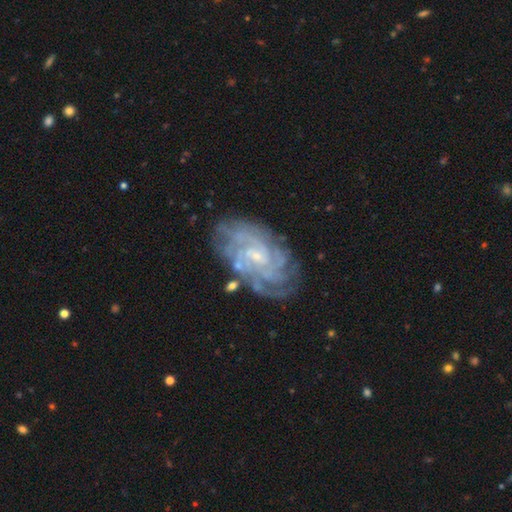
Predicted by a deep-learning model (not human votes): This is clearly a featured or disk galaxy (87%). It is clearly not viewed edge-on (97%). Bar: possibly no (50%). Spiral arm pattern: clearly yes (97%). Spiral arm count: marginally can't tell (30%). Spiral winding: likely tight (74%). Central bulge: likely small (75%). Merging: likely none (76%).